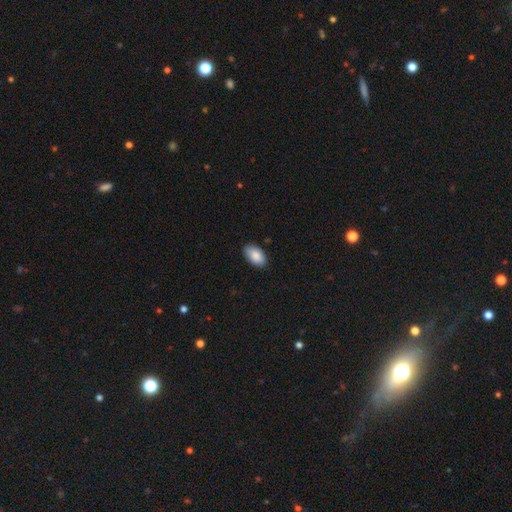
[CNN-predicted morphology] A smooth galaxy with no disk features (88%) that is in between round and cigar-shaped (95%). Merging: none (87%).